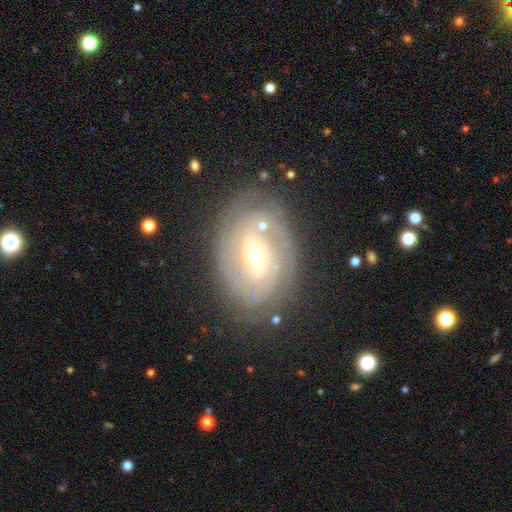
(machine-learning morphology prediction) This appears to be a featured or disk galaxy (81%) with a weak bar (45%), 2 (48%) tight (66%) spiral arms (87%) and a moderate central bulge (49%). Merging: none (76%).